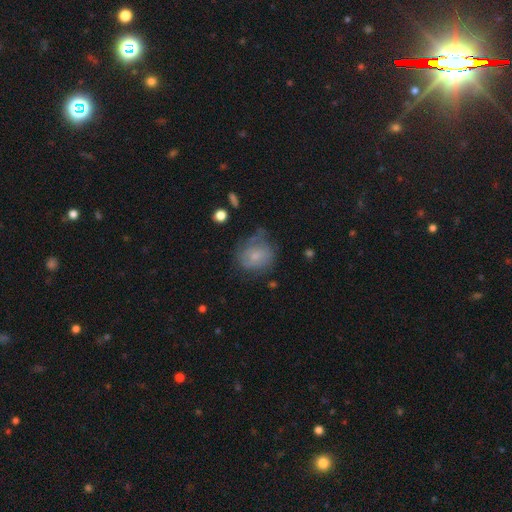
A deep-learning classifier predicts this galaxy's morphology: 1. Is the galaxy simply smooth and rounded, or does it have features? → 56% smooth, 35% featured or disk, 9% star or artifact.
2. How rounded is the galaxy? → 70% round, 28% in between, 1% cigar-shaped.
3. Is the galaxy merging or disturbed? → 47% none, 30% minor disturbance, 19% major disturbance, 4% merger.